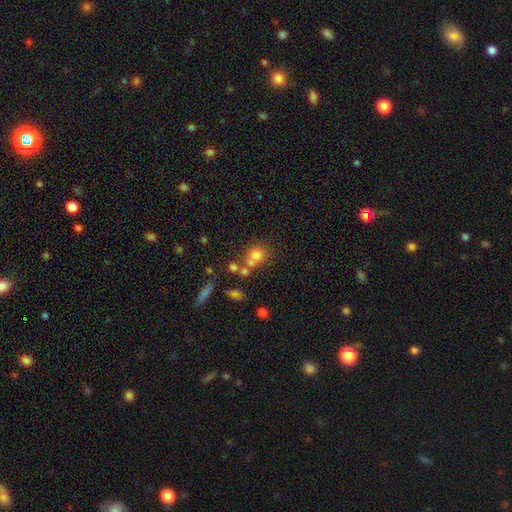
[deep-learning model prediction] Smooth or featured?
  - smooth: 70% *
  - star or artifact: 16%
  - featured or disk: 15%
How rounded?
  - round: 79% *
  - in between: 19%
  - cigar-shaped: 1%
Merging?
  - none: 46% *
  - merger: 37%
  - minor disturbance: 11%
  - major disturbance: 6%